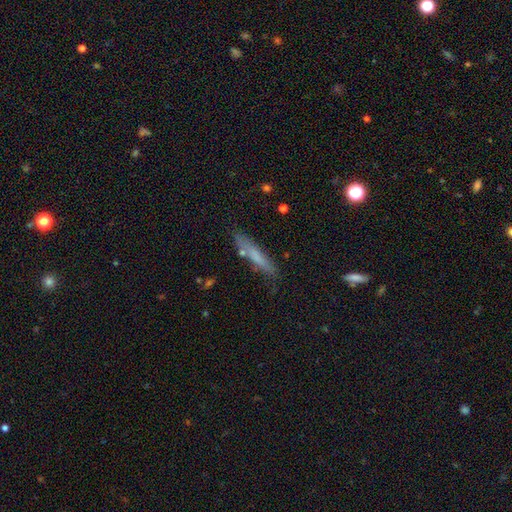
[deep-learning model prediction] Morphology: type=smooth (66%); roundness=cigar-shaped (90%); merging=none (79%).